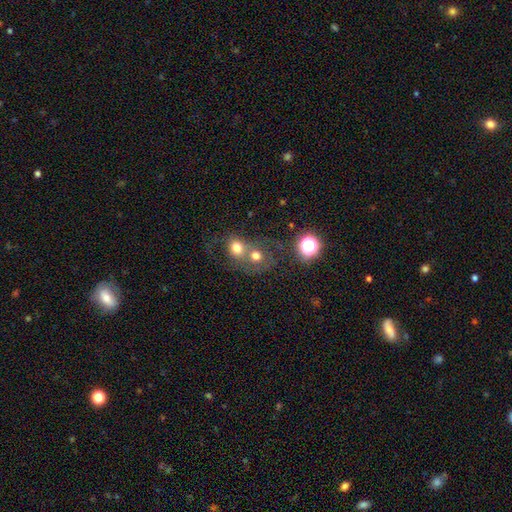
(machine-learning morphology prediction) This is likely a smooth galaxy (67%). How rounded: likely round (75%). Merging: possibly merger (55%).